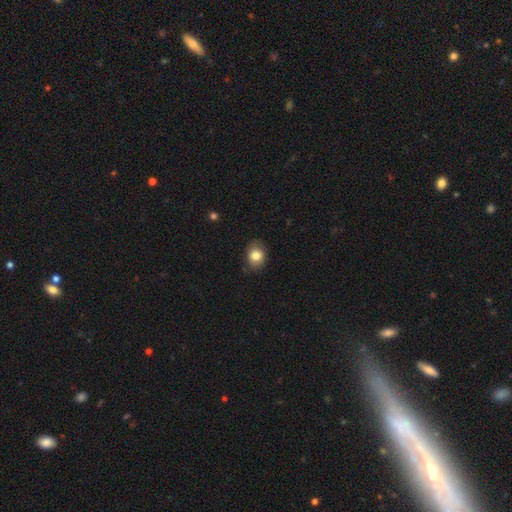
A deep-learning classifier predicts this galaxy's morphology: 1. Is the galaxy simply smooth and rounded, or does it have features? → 82% smooth, 9% featured or disk, 9% star or artifact.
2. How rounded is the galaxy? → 53% in between, 46% round, 1% cigar-shaped.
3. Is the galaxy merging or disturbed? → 80% none, 15% minor disturbance, 3% major disturbance, 1% merger.